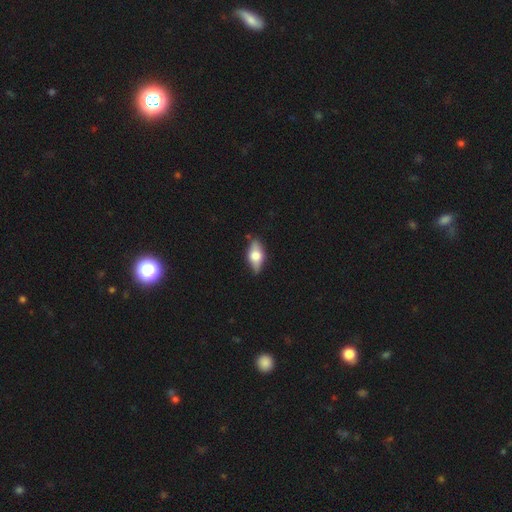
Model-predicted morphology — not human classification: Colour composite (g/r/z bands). It shows a featured or disk galaxy (50%) viewed edge-on (87%). Merging: none (81%).